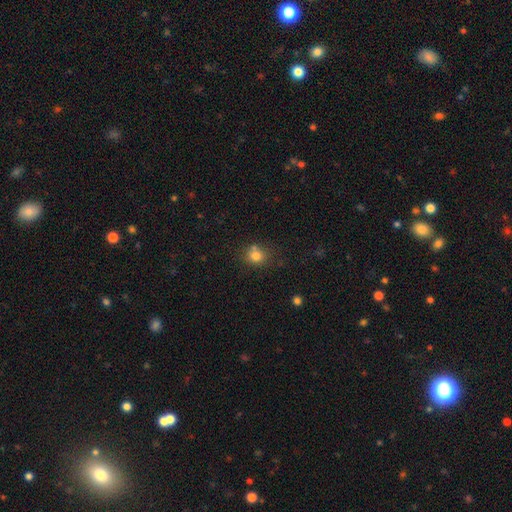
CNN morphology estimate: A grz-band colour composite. It shows a smooth galaxy with no disk features (78%) that is round (77%). Merging: none (62%).